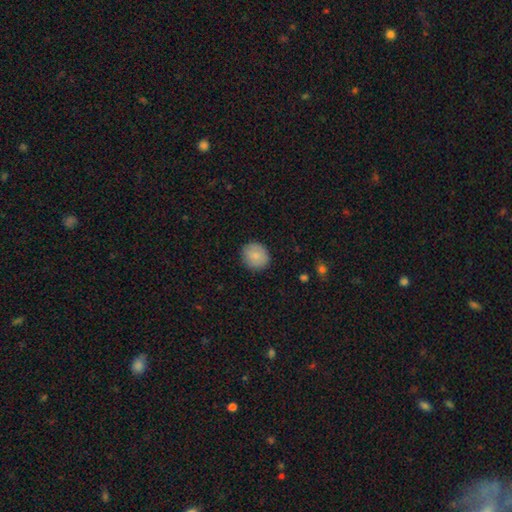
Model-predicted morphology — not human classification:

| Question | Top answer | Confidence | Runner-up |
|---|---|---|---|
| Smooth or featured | smooth | 86% | star or artifact (7%) |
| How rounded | round | 86% | in between (13%) |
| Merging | none | 89% | minor disturbance (8%) |